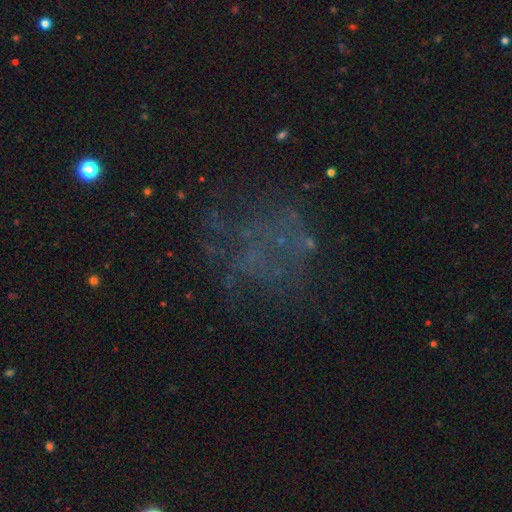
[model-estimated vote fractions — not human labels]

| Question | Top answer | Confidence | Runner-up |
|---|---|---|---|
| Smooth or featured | featured or disk | 39% | star or artifact (36%) |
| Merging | none | 60% | major disturbance (22%) |